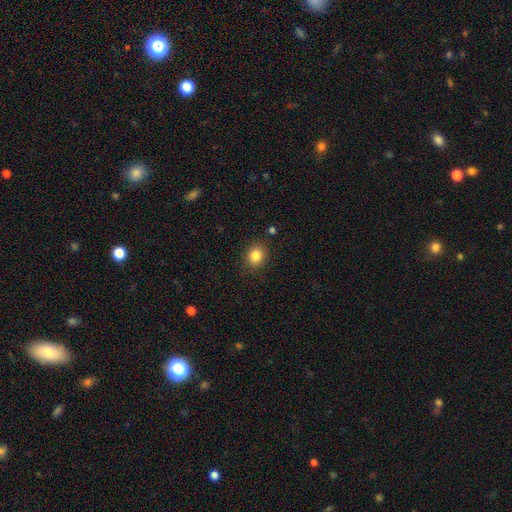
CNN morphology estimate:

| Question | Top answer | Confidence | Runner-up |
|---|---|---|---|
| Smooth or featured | smooth | 85% | star or artifact (10%) |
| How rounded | round | 63% | in between (36%) |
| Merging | none | 86% | minor disturbance (10%) |